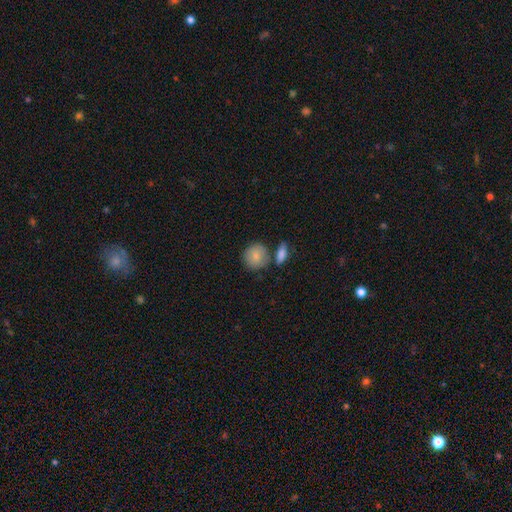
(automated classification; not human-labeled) The model was most divided on "merging": none: 66%, merger: 16%, minor disturbance: 14%, major disturbance: 4%. More confident: how rounded — round (85%); smooth or featured — smooth (83%).